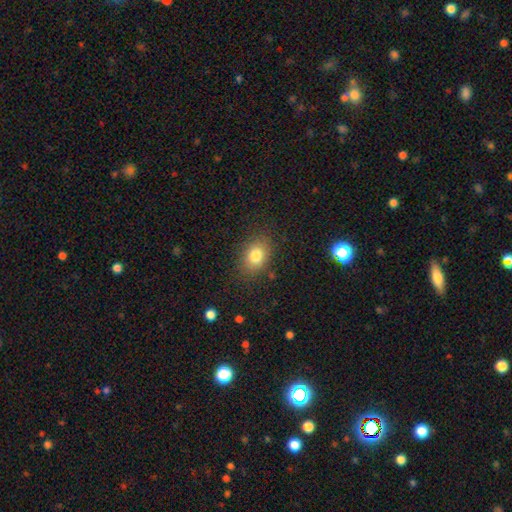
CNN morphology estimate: This appears to be a smooth galaxy with no disk features (81%) that is in between round and cigar-shaped (73%). Merging: none (82%).